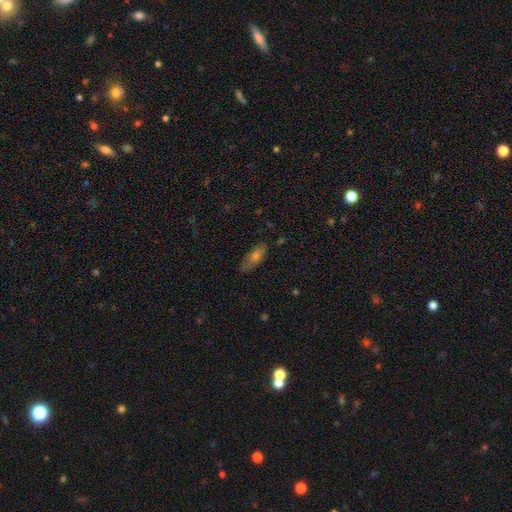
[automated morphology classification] This is possibly a smooth galaxy (59%). How rounded: likely in between (63%). Merging: likely none (74%).